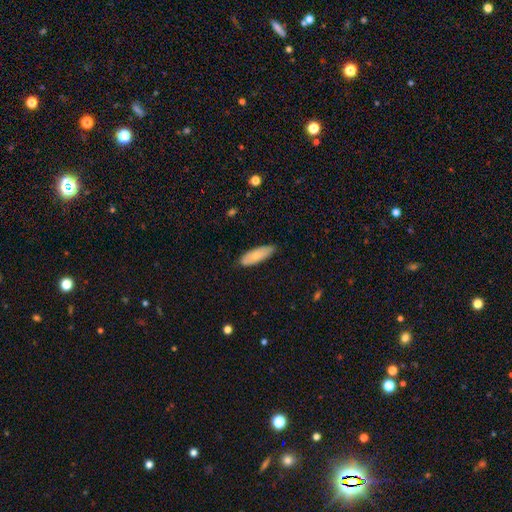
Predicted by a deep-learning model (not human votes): smooth-or-featured: smooth: 75% | featured or disk: 19% | star or artifact: 6%
  how-rounded: in between: 63% | cigar-shaped: 35% | round: 2%
  merging: none: 79% | minor disturbance: 18% | major disturbance: 2% | merger: 1%